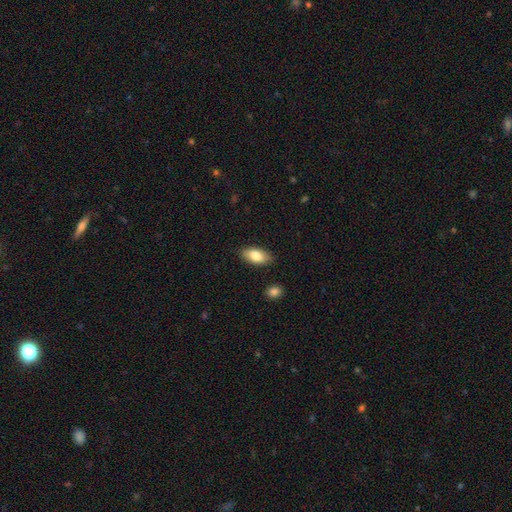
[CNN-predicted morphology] Overall: smooth (83%). How rounded: in between (91%). Merging: none (86%).